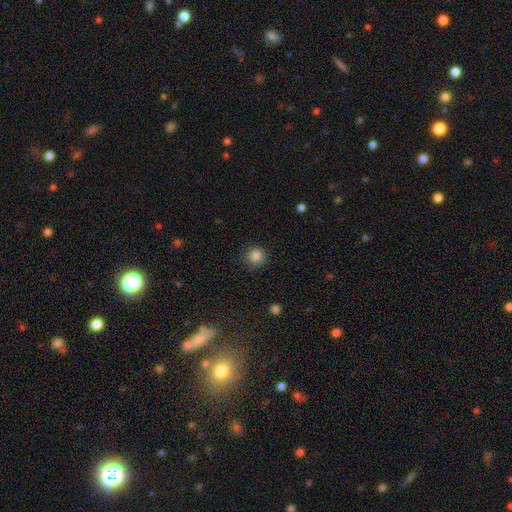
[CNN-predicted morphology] Smooth or featured: smooth — 84% (star or artifact — 11%)
How rounded: round — 91% (in between — 8%)
Merging: none — 81% (minor disturbance — 14%)